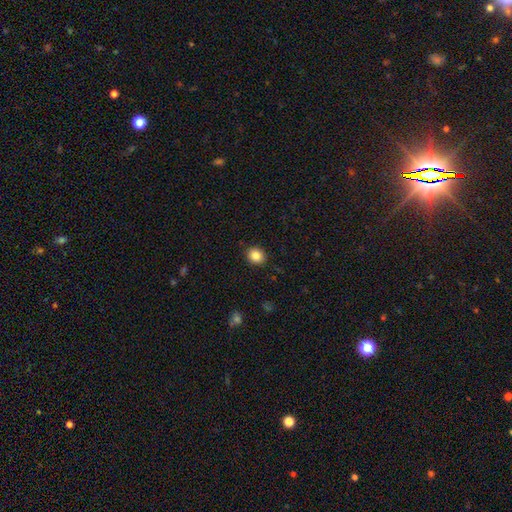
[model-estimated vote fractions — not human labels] This is clearly a smooth galaxy (85%). How rounded: likely round (73%). Merging: clearly none (91%).